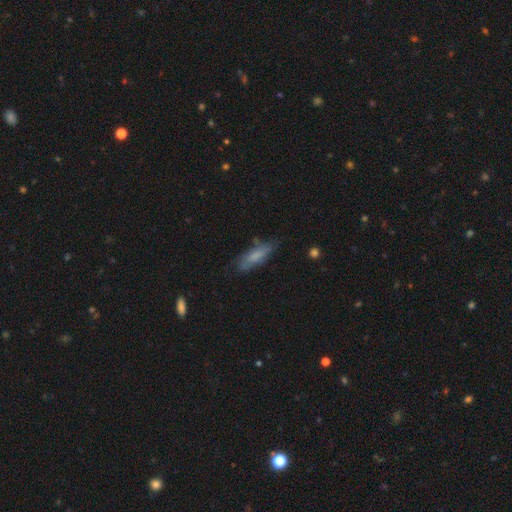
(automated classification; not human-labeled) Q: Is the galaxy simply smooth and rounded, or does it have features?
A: smooth — 66%.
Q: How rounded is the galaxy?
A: cigar-shaped — 58%.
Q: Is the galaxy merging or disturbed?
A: none — 67%.